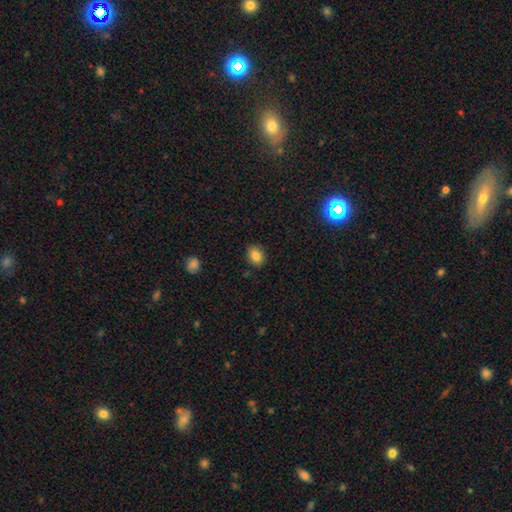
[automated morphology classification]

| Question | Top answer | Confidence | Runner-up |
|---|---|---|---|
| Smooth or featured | smooth | 84% | star or artifact (10%) |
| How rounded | in between | 54% | round (45%) |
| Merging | none | 85% | minor disturbance (11%) |